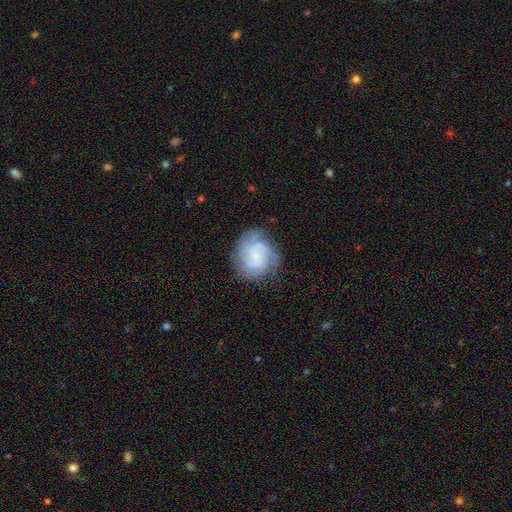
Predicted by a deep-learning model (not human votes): Smooth or featured: featured or disk — 70% (smooth — 22%)
Edge-on disk: no — 98% (yes — 2%)
Bar: no — 63% (weak — 32%)
Spiral arms: yes — 93% (no — 7%)
Spiral winding: tight — 51% (medium — 37%)
Spiral arm count: can't tell — 29% (tied with 3 — 29%)
Bulge size: small — 55% (none — 28%)
Merging: none — 71% (minor disturbance — 19%)